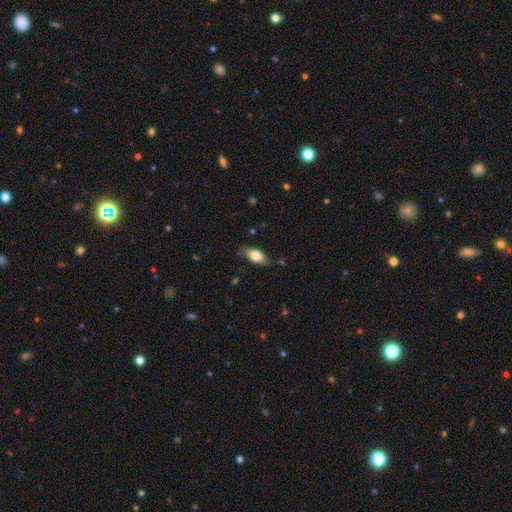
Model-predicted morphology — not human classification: smooth-or-featured: smooth: 78% | featured or disk: 15% | star or artifact: 7%
  how-rounded: in between: 89% | cigar-shaped: 8% | round: 4%
  merging: none: 79% | minor disturbance: 17% | major disturbance: 3% | merger: 1%